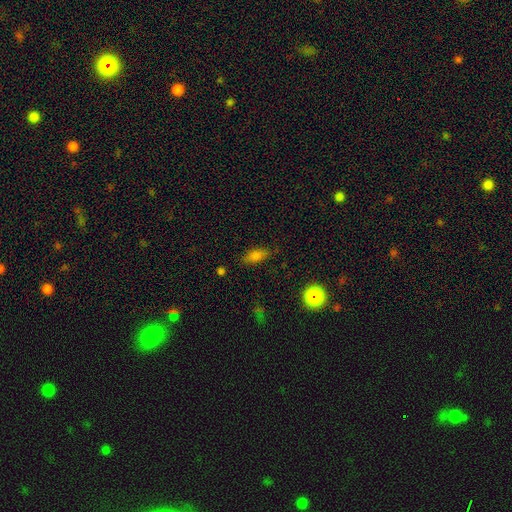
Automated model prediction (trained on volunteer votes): Morphology: type=smooth (79%); roundness=in between (85%); merging=none (78%).